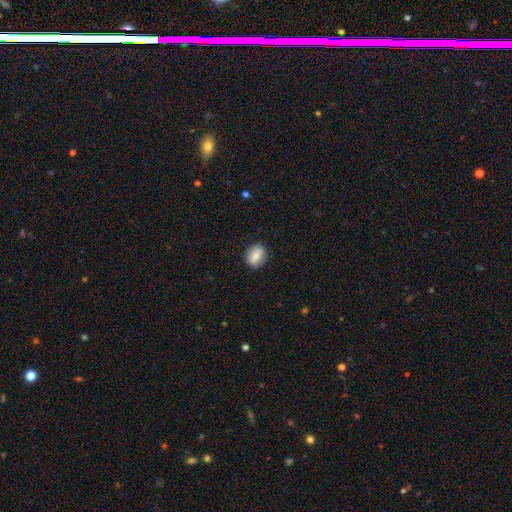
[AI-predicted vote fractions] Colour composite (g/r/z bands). It shows a smooth galaxy with no disk features (75%) that is in between round and cigar-shaped (56%). Merging: none (87%).